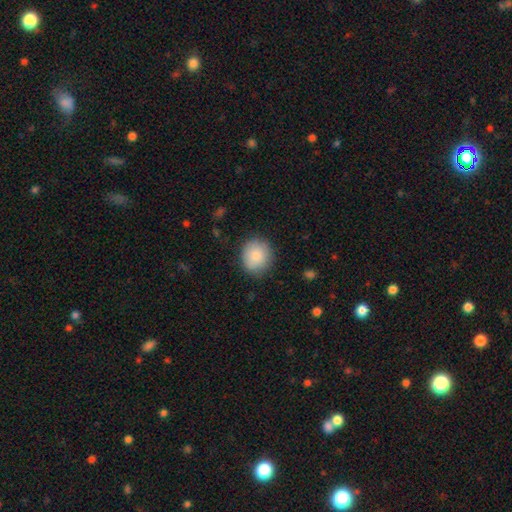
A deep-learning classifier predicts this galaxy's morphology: A smooth galaxy with no disk features (85%) that is round (78%). Merging: none (83%).